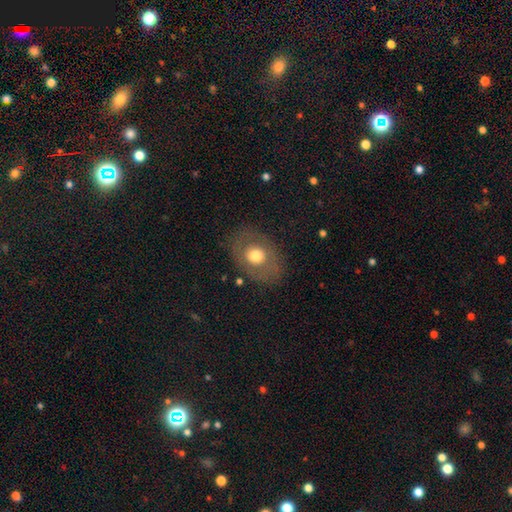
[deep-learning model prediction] The model was most divided on "how rounded": in between: 62%, round: 37%, cigar-shaped: 1%. More confident: merging — none (81%); smooth or featured — smooth (59%).